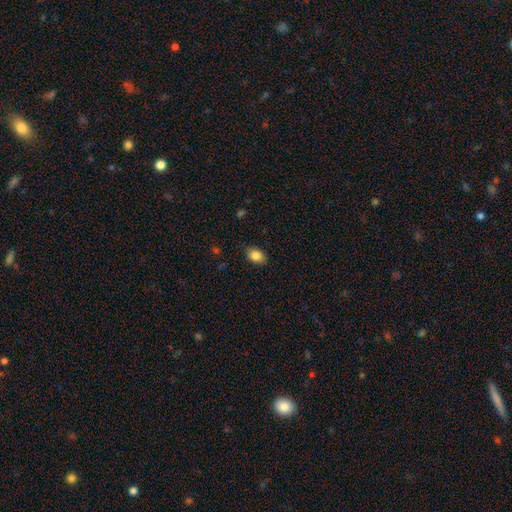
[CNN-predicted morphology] This appears to be a smooth galaxy with no disk features (85%) that is in between round and cigar-shaped (76%). Merging: none (84%).